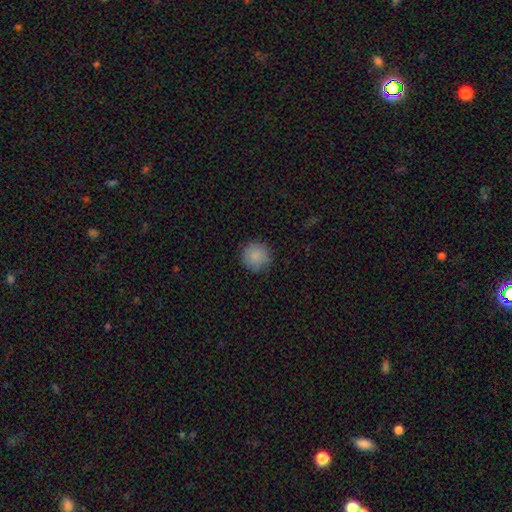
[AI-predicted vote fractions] Morphology: type=smooth (87%); roundness=round (94%); merging=none (87%).